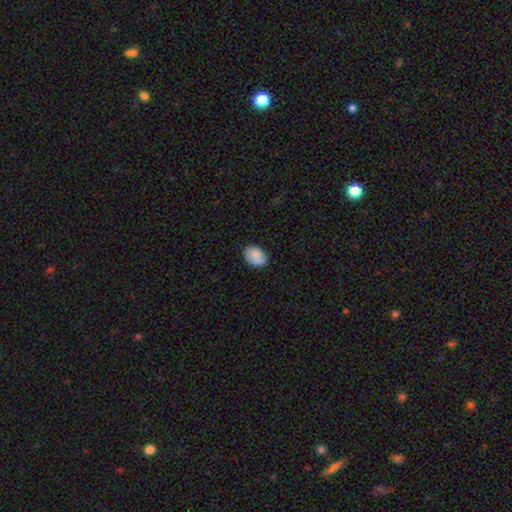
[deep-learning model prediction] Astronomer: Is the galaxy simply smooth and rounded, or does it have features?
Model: smooth — 86%.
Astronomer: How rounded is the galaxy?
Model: in between — 76%.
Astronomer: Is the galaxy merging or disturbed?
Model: none — 81%.